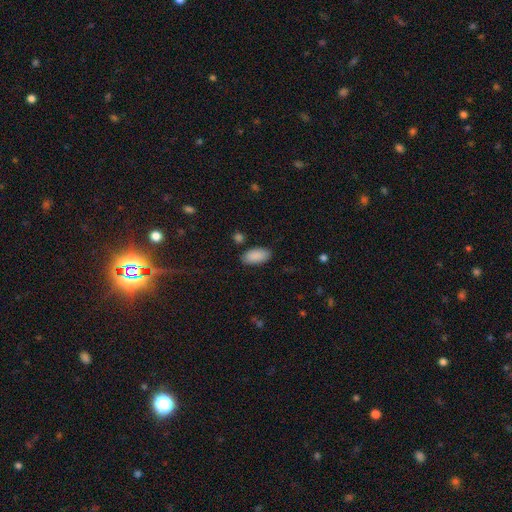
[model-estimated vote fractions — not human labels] Smooth or featured? smooth (90%)
How rounded? in between (93%)
Merging? none (85%)